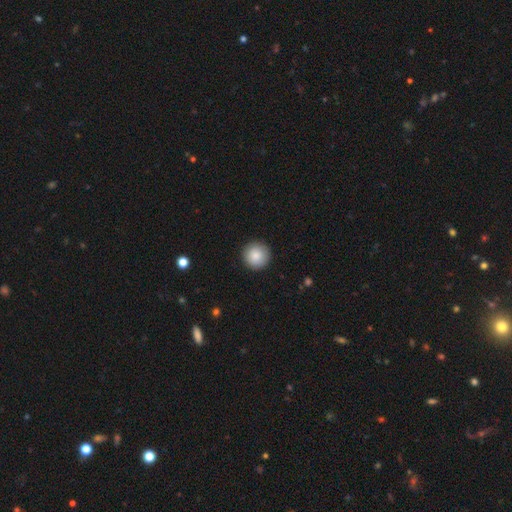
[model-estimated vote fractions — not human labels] Smooth or featured? smooth (87%)
How rounded? round (96%)
Merging? none (92%)